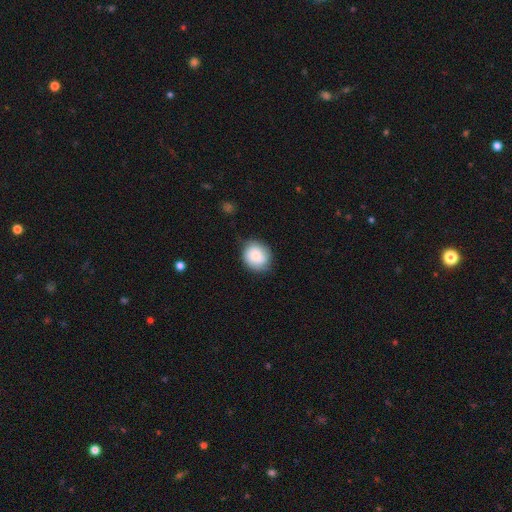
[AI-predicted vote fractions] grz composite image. It shows a smooth galaxy with no disk features (81%) that is round (72%). Merging: none (75%).